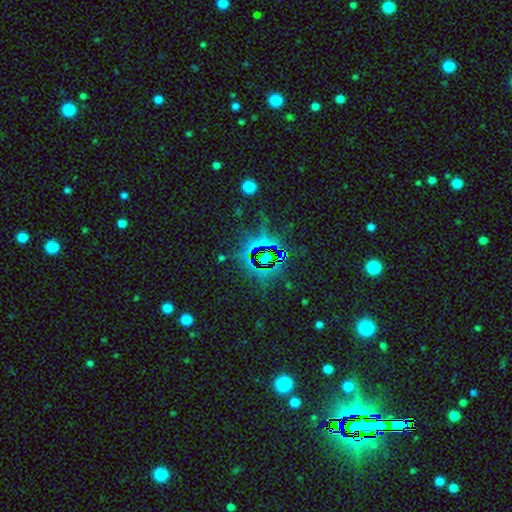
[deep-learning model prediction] A star or artifact, not a galaxy (71%).

Vote fractions:
- Smooth or featured? star or artifact: 71% / featured or disk: 17% / smooth: 12%